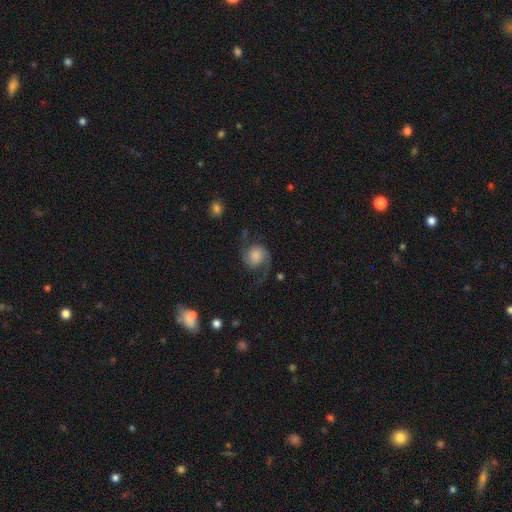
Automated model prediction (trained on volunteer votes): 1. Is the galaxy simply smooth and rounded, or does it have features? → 77% featured or disk, 16% smooth, 7% star or artifact.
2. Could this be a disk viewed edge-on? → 98% no, 2% yes.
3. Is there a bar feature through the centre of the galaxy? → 73% no, 23% weak, 4% strong.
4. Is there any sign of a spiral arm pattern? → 97% yes, 3% no.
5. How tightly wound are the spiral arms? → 56% loose, 35% medium, 9% tight.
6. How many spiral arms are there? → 92% 2, 3% 1, 2% can't tell, 1% 3, 1% 4, 1% more than 4.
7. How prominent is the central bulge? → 28% large, 20% none, 19% moderate, 17% small, 15% dominant.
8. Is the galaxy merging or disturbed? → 72% none, 15% minor disturbance, 11% major disturbance, 2% merger.